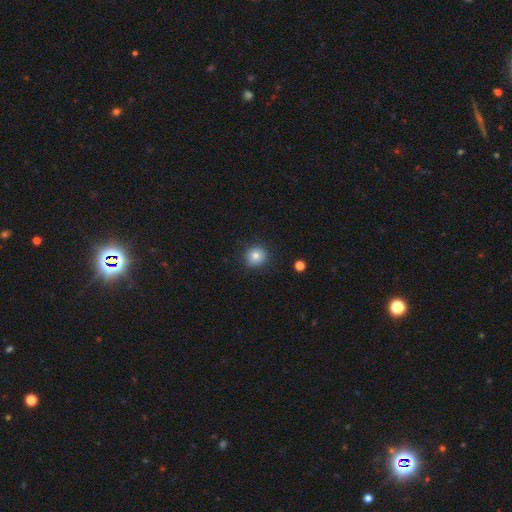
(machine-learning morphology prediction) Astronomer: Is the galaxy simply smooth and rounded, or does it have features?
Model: smooth — 80%.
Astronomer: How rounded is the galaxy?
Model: round — 89%.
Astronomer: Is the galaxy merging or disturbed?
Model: none — 87%.